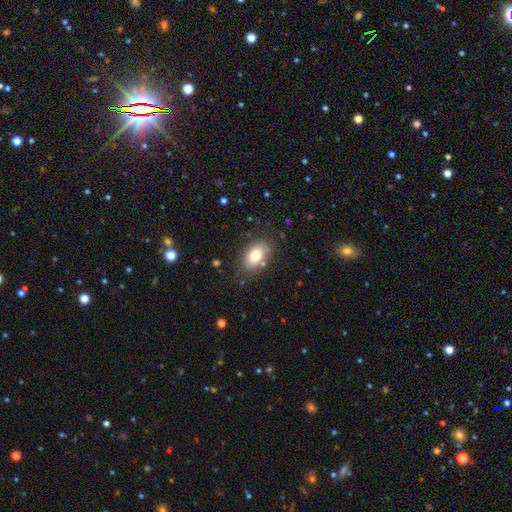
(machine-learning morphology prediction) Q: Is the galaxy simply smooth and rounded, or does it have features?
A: smooth — 76%.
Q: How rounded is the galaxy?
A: in between — 87%.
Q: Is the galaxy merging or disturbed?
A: none — 80%.